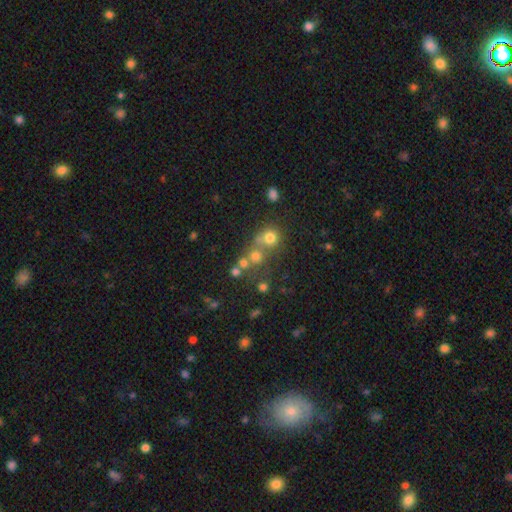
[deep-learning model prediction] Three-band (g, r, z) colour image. It shows a smooth galaxy with no disk features (49%). Merging: none (45%).